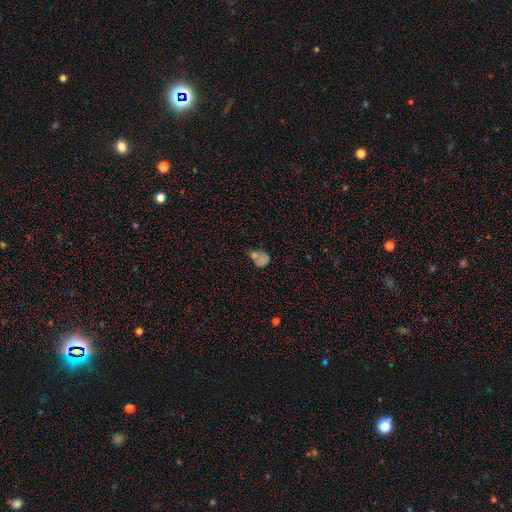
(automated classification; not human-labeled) Smooth or featured? Predicted: smooth (p=0.46). Merging? Predicted: none (p=0.39).